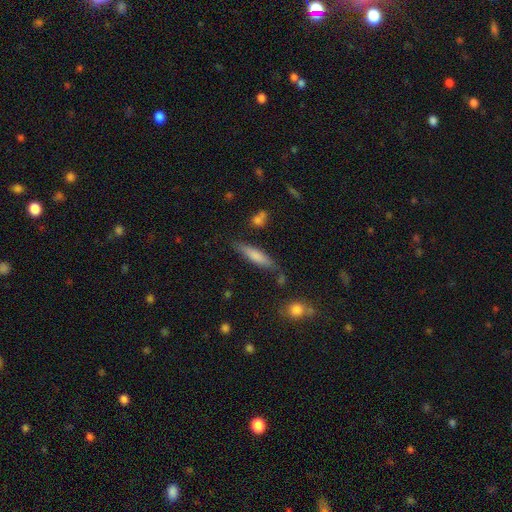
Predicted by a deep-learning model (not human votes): A smooth galaxy with no disk features (72%) that is cigar-shaped (77%).

Vote fractions:
- Smooth or featured? smooth: 72% / featured or disk: 21% / star or artifact: 7%
- How rounded? cigar-shaped: 77% / in between: 21% / round: 2%
- Merging? none: 75% / minor disturbance: 16% / merger: 5% / major disturbance: 4%